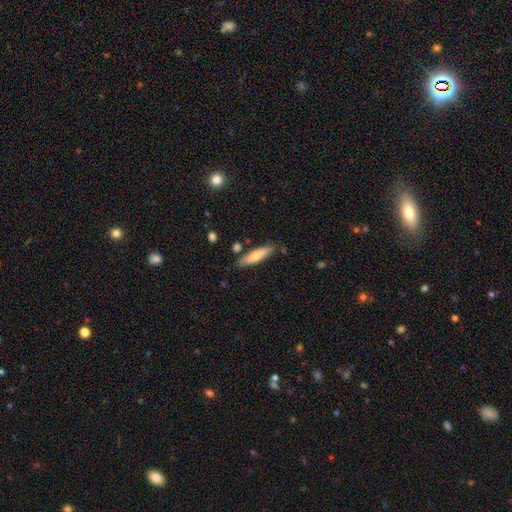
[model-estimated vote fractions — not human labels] A smooth galaxy with no disk features (63%) that is cigar-shaped (70%). Merging: none (81%).